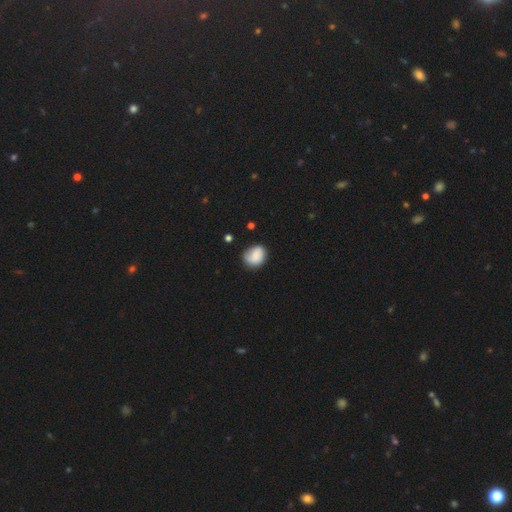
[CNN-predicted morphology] Smooth or featured: smooth — 78% (featured or disk — 14%)
How rounded: round — 63% (in between — 36%)
Merging: none — 64% (minor disturbance — 27%)